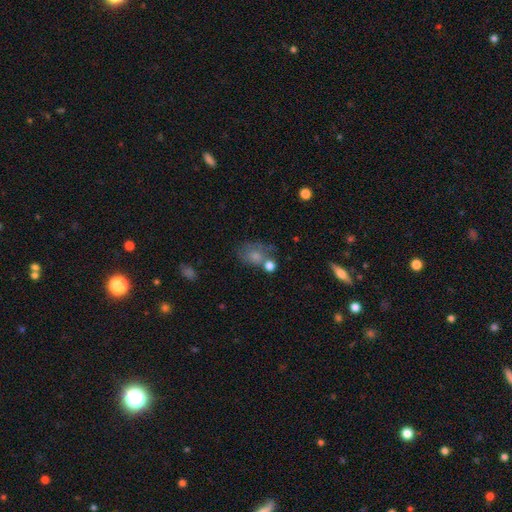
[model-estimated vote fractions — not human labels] A smooth galaxy with no disk features (69%) that is in between round and cigar-shaped (60%).

Vote fractions:
- Smooth or featured? smooth: 69% / featured or disk: 19% / star or artifact: 12%
- How rounded? in between: 60% / round: 38% / cigar-shaped: 1%
- Merging? none: 37% / merger: 27% / minor disturbance: 21% / major disturbance: 15%